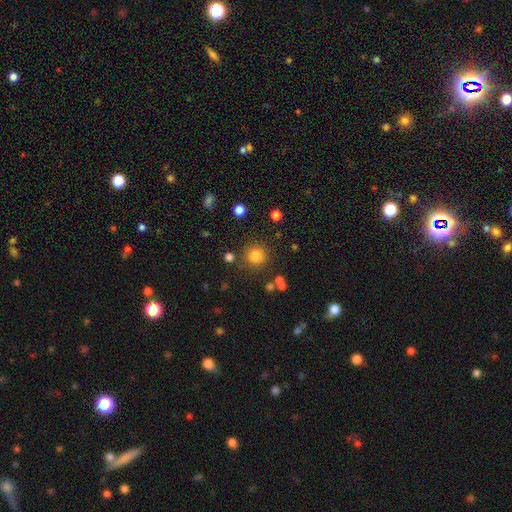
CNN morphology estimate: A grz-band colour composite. It shows a smooth galaxy with no disk features (81%) that is round (93%). Merging: none (84%).